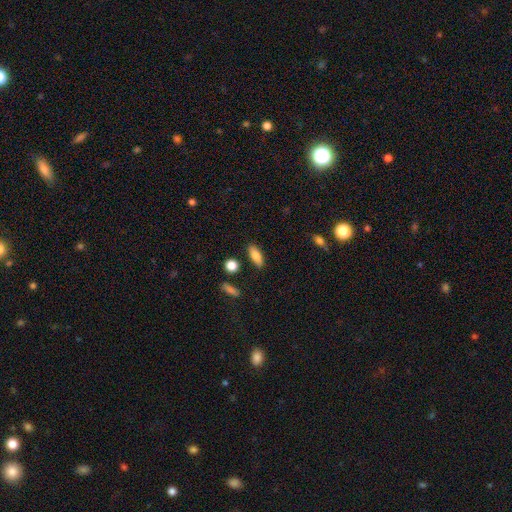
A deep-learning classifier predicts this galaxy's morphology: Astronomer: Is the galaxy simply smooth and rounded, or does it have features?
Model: smooth — 83%.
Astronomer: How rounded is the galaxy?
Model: in between — 76%.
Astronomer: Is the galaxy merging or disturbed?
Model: none — 85%.